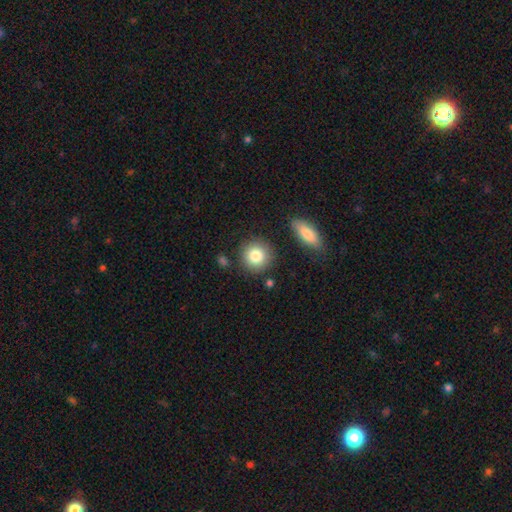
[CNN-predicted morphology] A smooth galaxy with no disk features (84%) that is round (91%). Merging: none (84%).